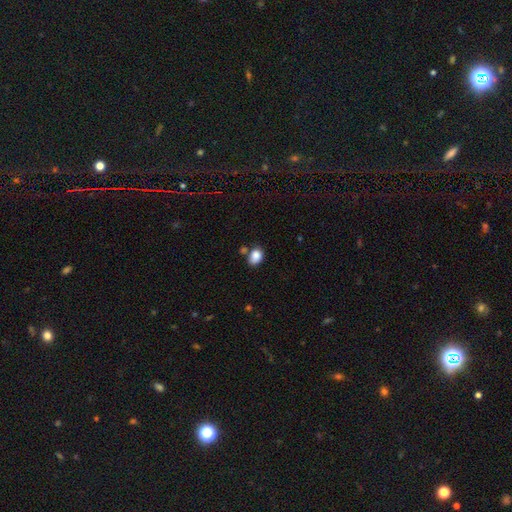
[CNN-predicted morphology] Smooth or featured?
  - smooth: 86% *
  - star or artifact: 9%
  - featured or disk: 5%
How rounded?
  - in between: 73% *
  - round: 26%
  - cigar-shaped: 1%
Merging?
  - none: 66% *
  - minor disturbance: 17%
  - merger: 12%
  - major disturbance: 5%